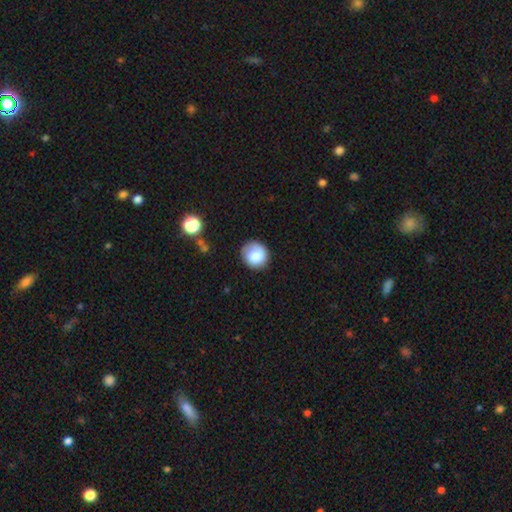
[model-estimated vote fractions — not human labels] A smooth galaxy with no disk features (84%) that is round (89%). Merging: none (78%).